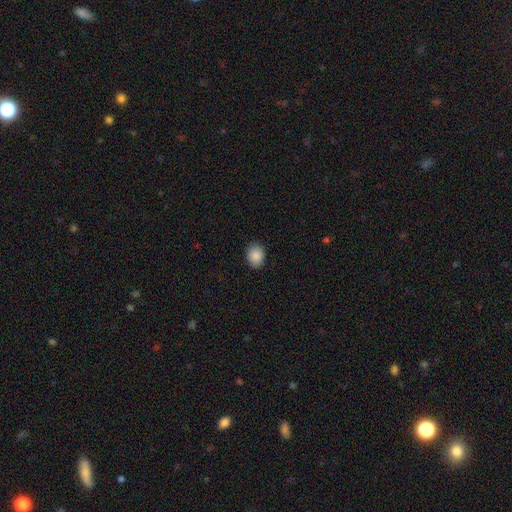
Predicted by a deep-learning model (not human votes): smooth_or_featured: smooth (p=0.89) [alt: star or artifact p=0.08]
how_rounded: in between (p=0.54) [alt: round p=0.45]
merging: none (p=0.89) [alt: minor disturbance p=0.08]